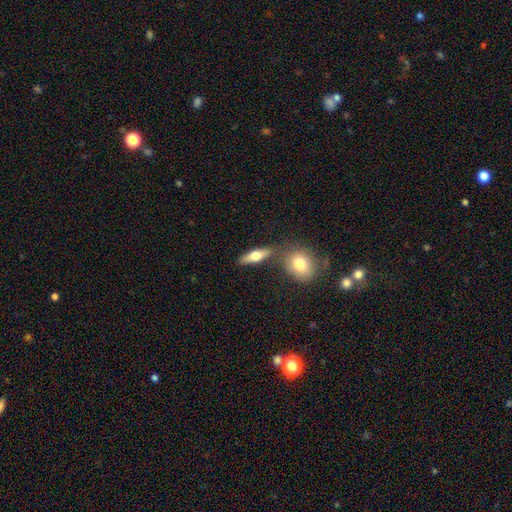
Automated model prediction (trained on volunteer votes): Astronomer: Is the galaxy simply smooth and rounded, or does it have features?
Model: smooth — 56% (runner-up: featured or disk, 37%).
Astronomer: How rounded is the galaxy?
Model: cigar-shaped — 46%, tied with in between at 46%.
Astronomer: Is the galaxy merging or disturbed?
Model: none — 70%.